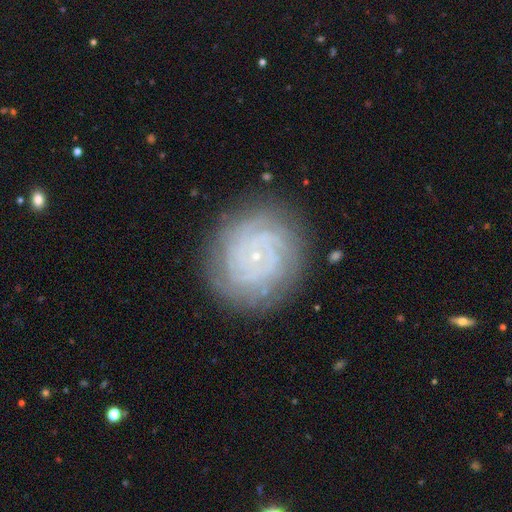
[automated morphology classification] smooth_or_featured: featured or disk (p=0.84) [alt: smooth p=0.09]
disk_edge_on: no (p=0.98) [alt: yes p=0.02]
bar: no (p=0.79) [alt: weak p=0.16]
has_spiral_arms: yes (p=0.97) [alt: no p=0.03]
spiral_winding: tight (p=0.84) [alt: medium p=0.13]
spiral_arm_count: can't tell (p=0.24) [alt: 3 p=0.20]
bulge_size: small (p=0.90) [alt: moderate p=0.06]
merging: none (p=0.84) [alt: minor disturbance p=0.12]